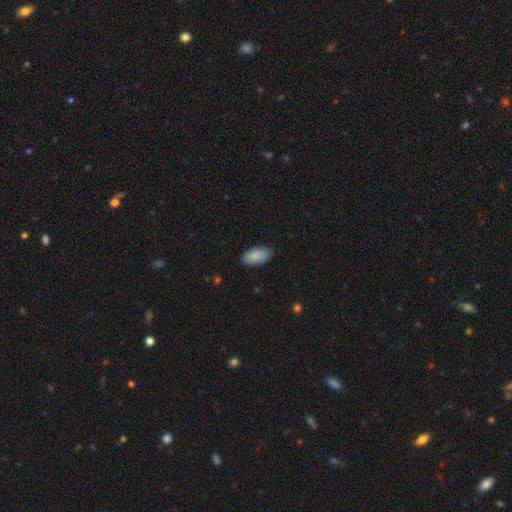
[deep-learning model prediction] A smooth galaxy with no disk features (86%) that is in between round and cigar-shaped (94%).

Vote fractions:
- Smooth or featured? smooth: 86% / featured or disk: 8% / star or artifact: 6%
- How rounded? in between: 94% / cigar-shaped: 4% / round: 2%
- Merging? none: 84% / minor disturbance: 13% / major disturbance: 2% / merger: 1%